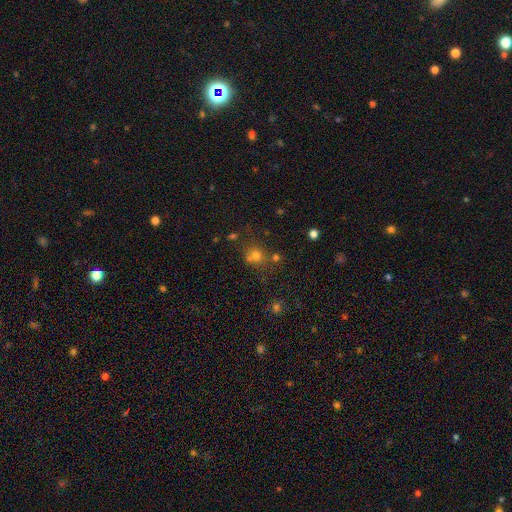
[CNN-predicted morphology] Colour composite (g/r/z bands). It shows a smooth galaxy with no disk features (68%) that is round (85%). Merging: none (60%).